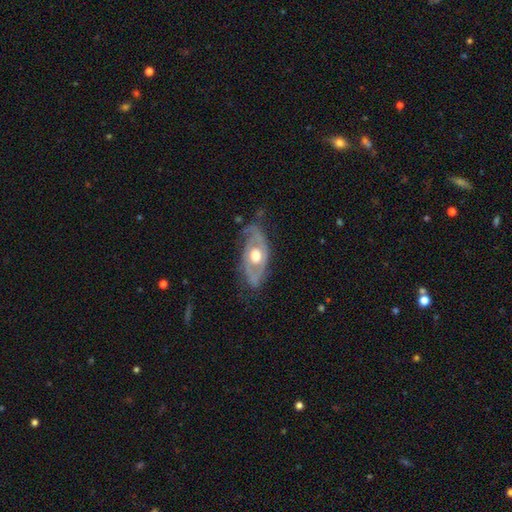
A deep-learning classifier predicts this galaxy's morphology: Overall: featured or disk (73%). Edge-on disk: no (87%). Bar: no (82%). Spiral arms: yes (59%; no 41%). Bulge size: moderate (64%; large 29%). Merging: none (63%; minor disturbance 25%).